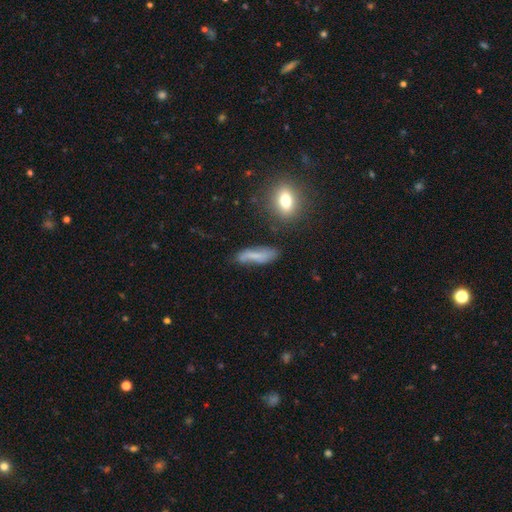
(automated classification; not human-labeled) Smooth or featured? smooth (54%)
How rounded? cigar-shaped (59%)
Merging? none (59%)